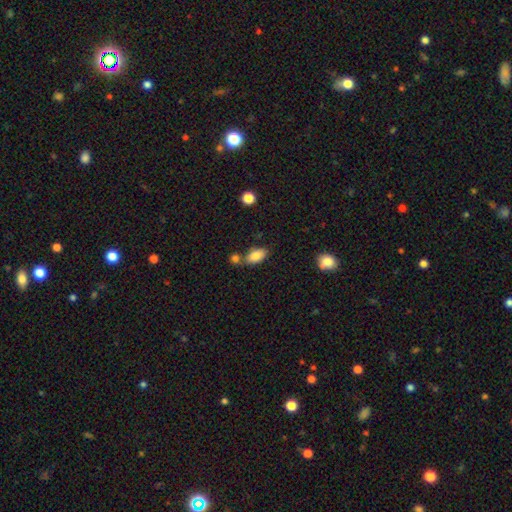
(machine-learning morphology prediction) Overall: smooth (84%). How rounded: in between (92%). Merging: none (61%; merger 21%).